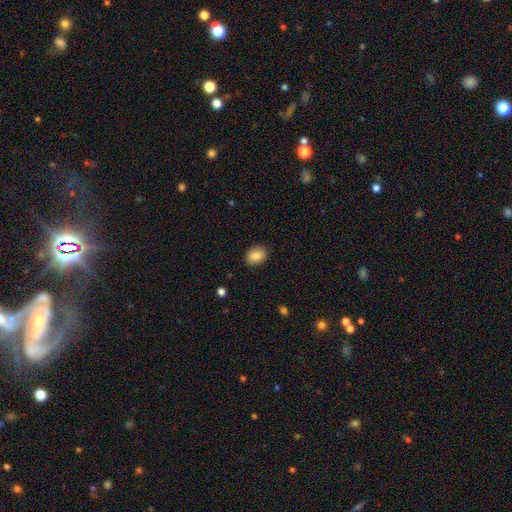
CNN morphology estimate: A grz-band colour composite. It shows a smooth galaxy with no disk features (84%) that is in between round and cigar-shaped (61%). Merging: none (88%).